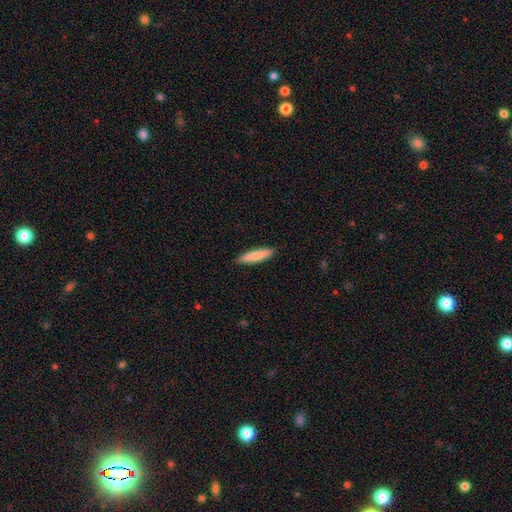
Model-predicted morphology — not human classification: Smooth or featured: smooth — 83% (featured or disk — 11%)
How rounded: cigar-shaped — 82% (in between — 16%)
Merging: none — 89% (minor disturbance — 8%)